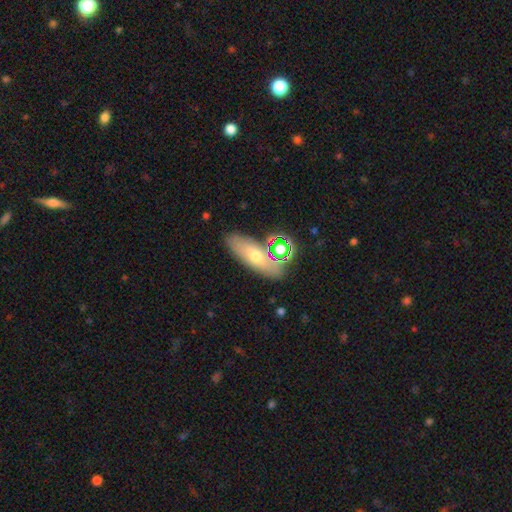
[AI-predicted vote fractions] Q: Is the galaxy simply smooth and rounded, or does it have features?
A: smooth — 55%.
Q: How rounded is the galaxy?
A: in between — 57%.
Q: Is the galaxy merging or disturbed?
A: none — 78%.